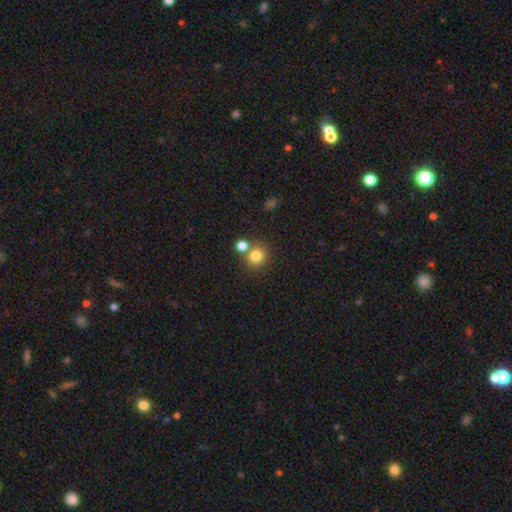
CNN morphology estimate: This appears to be a smooth galaxy with no disk features (79%) that is round (87%). Merging: none (65%).